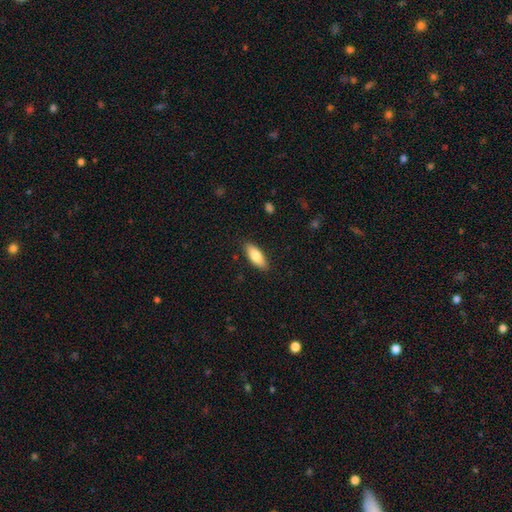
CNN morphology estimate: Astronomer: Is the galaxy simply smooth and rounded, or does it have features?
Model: smooth — 81%.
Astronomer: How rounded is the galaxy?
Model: in between — 72%.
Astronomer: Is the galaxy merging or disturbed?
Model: none — 87%.